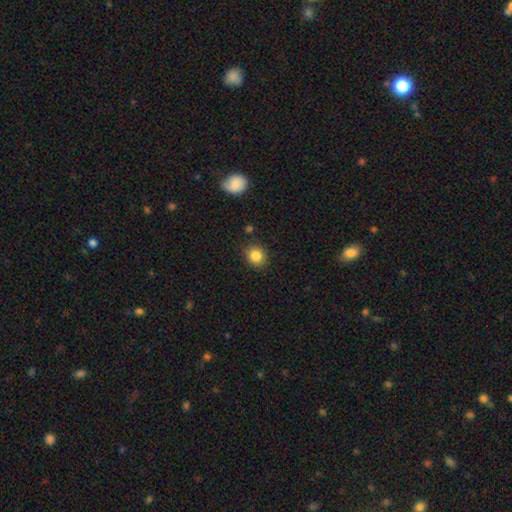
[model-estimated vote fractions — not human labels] This is clearly a smooth galaxy (85%). How rounded: likely round (78%). Merging: clearly none (86%).